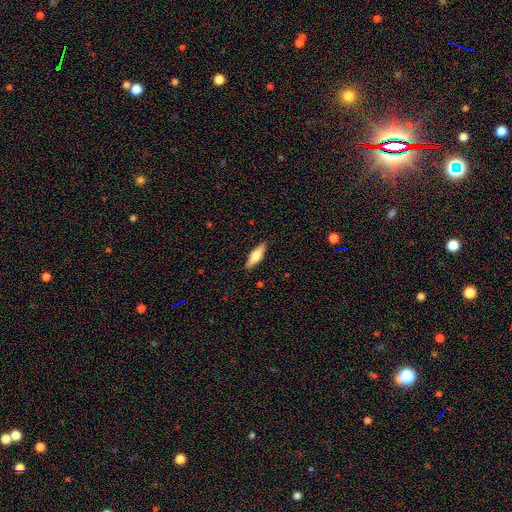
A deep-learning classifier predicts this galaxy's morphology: Q: Smooth or featured?
A: smooth (58%); runner-up: featured or disk (36%)
Q: How rounded?
A: in between (54%); runner-up: cigar-shaped (43%)
Q: Merging?
A: none (89%); runner-up: minor disturbance (8%)